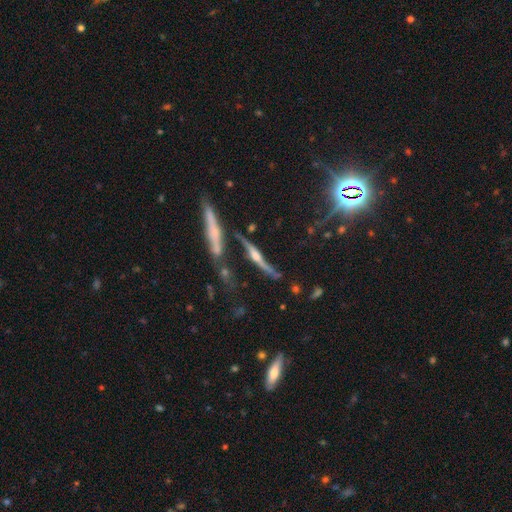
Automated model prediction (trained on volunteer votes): featured or disk 77%, smooth 12%, star or artifact 11%. Down the decision tree: edge-on disk — yes (84%); edge-on bulge — rounded (85%); merging — none (60%).